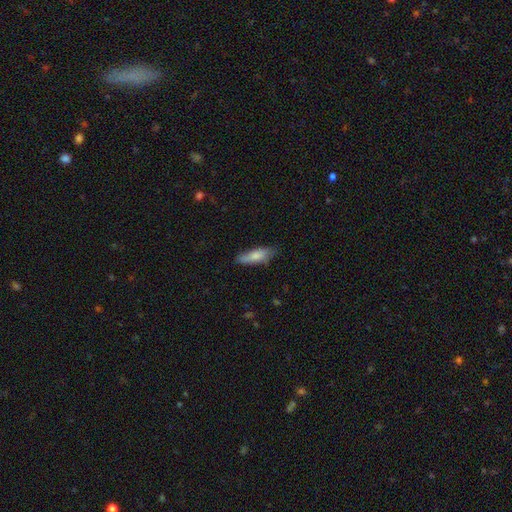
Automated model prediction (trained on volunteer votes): Overall: smooth (77%). How rounded: cigar-shaped (52%; in between 46%). Merging: none (72%).